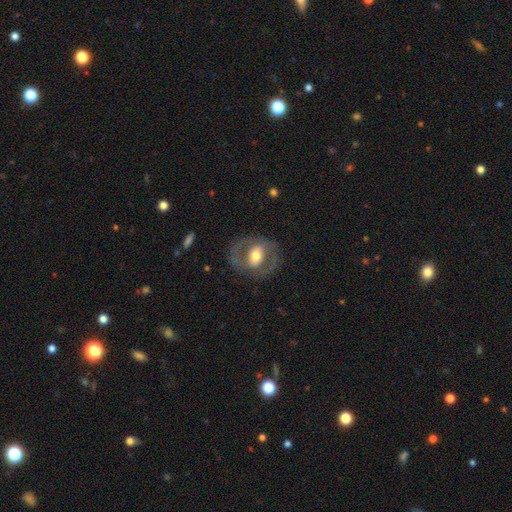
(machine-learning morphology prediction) Smooth or featured? Predicted: featured or disk (p=0.63). Edge-on disk? Predicted: no (p=0.94). Bar? Predicted: no (p=0.40). Spiral arms? Predicted: no (p=0.57). Bulge size? Predicted: moderate (p=0.63). Merging? Predicted: none (p=0.74).